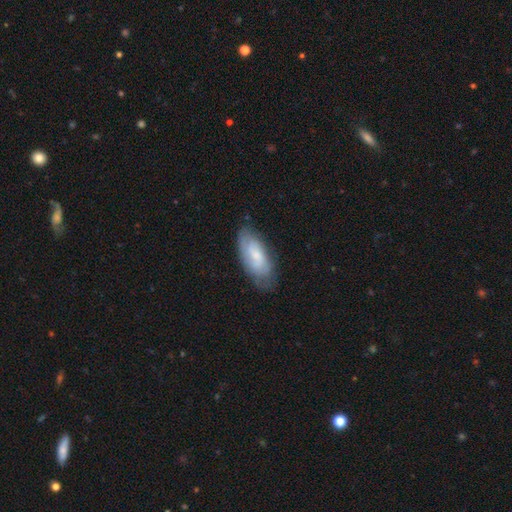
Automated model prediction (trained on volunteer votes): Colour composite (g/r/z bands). It shows a smooth galaxy with no disk features (51%) that is in between round and cigar-shaped (84%). Merging: none (69%).